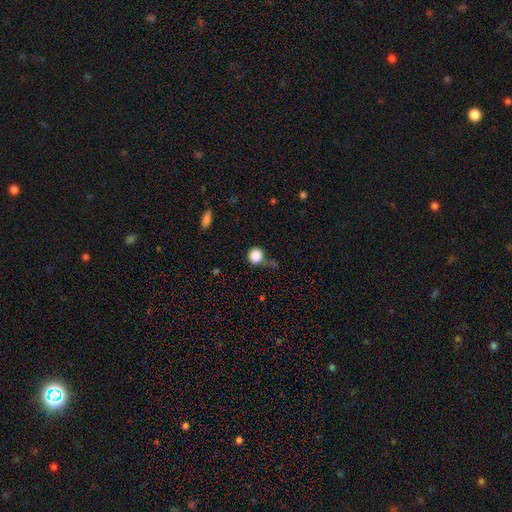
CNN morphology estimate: Smooth or featured: smooth — 86% (star or artifact — 10%)
How rounded: round — 91% (in between — 8%)
Merging: none — 68% (minor disturbance — 18%)